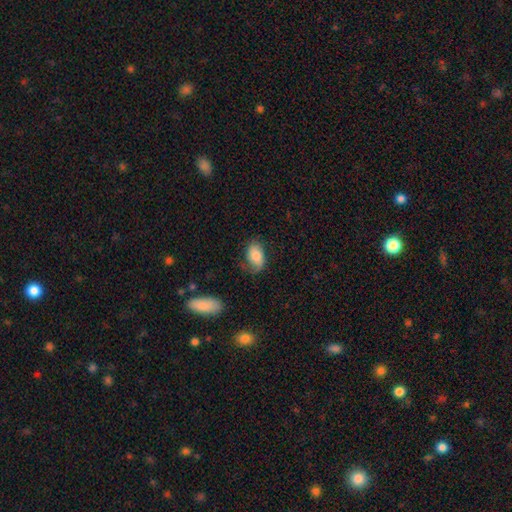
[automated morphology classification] smooth_or_featured: smooth (p=0.75) [alt: featured or disk p=0.18]
how_rounded: in between (p=0.91) [alt: round p=0.08]
merging: none (p=0.59) [alt: minor disturbance p=0.28]